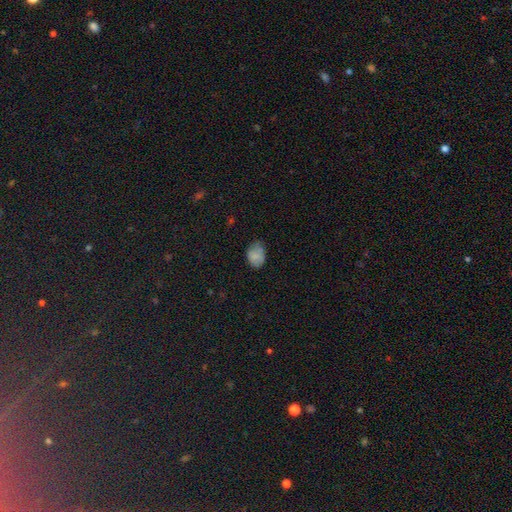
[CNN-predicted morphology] The model was most divided on "merging": none: 56%, minor disturbance: 35%, major disturbance: 8%, merger: 2%. More confident: smooth or featured — smooth (79%); how rounded — in between (70%).